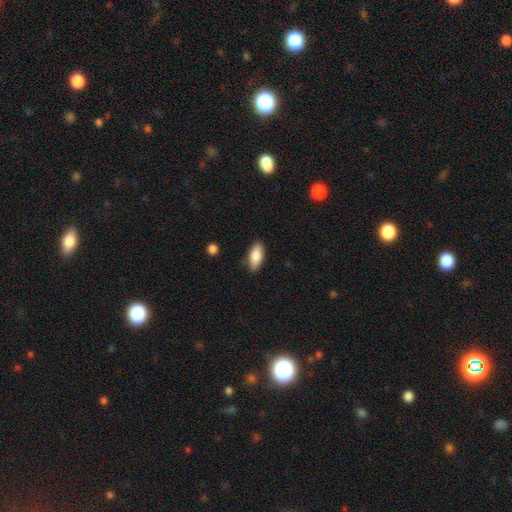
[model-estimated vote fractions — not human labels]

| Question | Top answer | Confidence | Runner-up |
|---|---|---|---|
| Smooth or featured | smooth | 86% | featured or disk (8%) |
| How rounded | in between | 85% | cigar-shaped (13%) |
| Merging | none | 85% | minor disturbance (11%) |